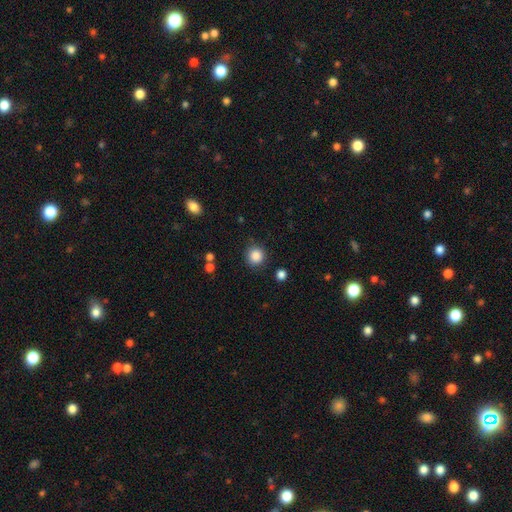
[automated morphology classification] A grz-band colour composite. It shows a smooth galaxy with no disk features (86%) that is round (93%). Merging: none (88%).